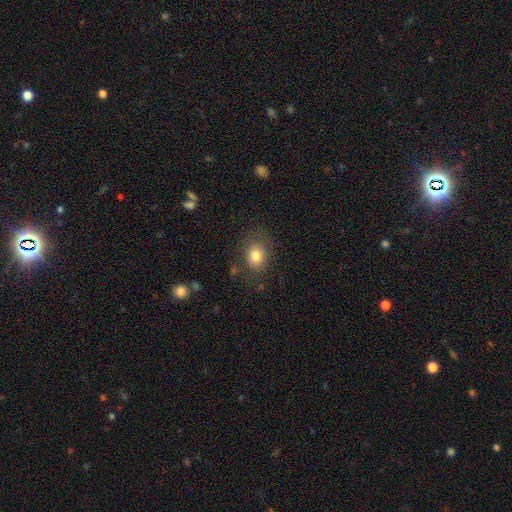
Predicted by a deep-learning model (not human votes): Morphology: type=smooth (80%); roundness=in between (56%); merging=none (78%).